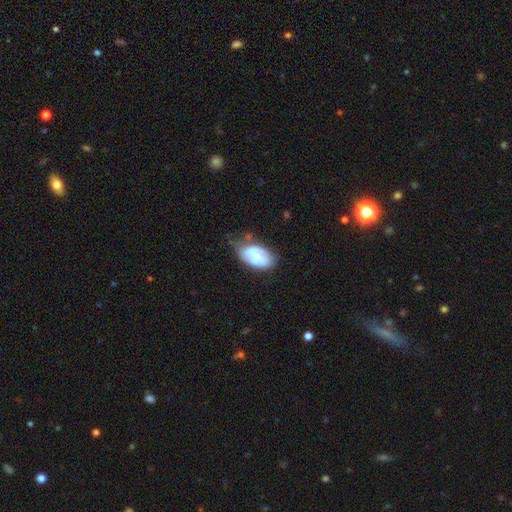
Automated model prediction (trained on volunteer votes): Smooth or featured?
  - featured or disk: 51% *
  - smooth: 41%
  - star or artifact: 8%
Edge-on disk?
  - no: 95% *
  - yes: 5%
Merging?
  - none: 39% *
  - minor disturbance: 31%
  - major disturbance: 16%
  - merger: 14%